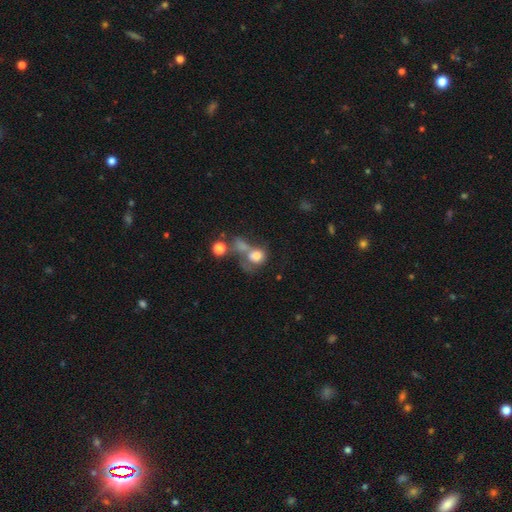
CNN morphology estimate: Overall: smooth (70%). How rounded: round (65%; in between 34%). Merging: merger (47%; none 23%).